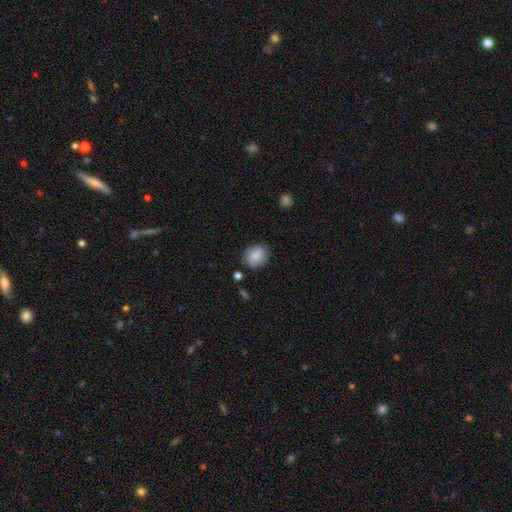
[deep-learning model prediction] Smooth or featured?
  - smooth: 84% *
  - featured or disk: 9%
  - star or artifact: 7%
How rounded?
  - round: 60% *
  - in between: 39%
  - cigar-shaped: 1%
Merging?
  - none: 81% *
  - minor disturbance: 14%
  - major disturbance: 3%
  - merger: 2%